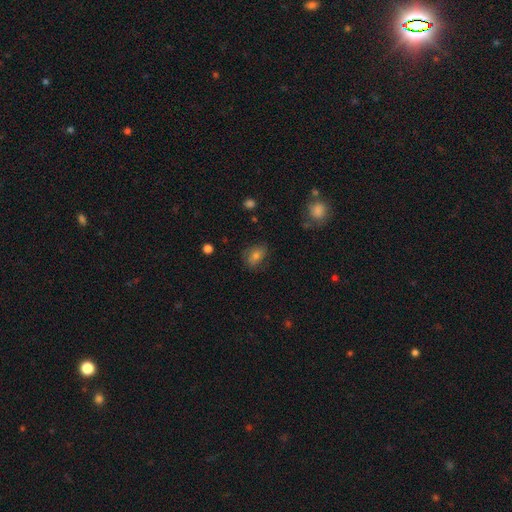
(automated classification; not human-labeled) smooth-or-featured: smooth: 69% | featured or disk: 17% | star or artifact: 14%
  how-rounded: in between: 69% | round: 29% | cigar-shaped: 2%
  merging: none: 73% | minor disturbance: 19% | major disturbance: 7% | merger: 2%